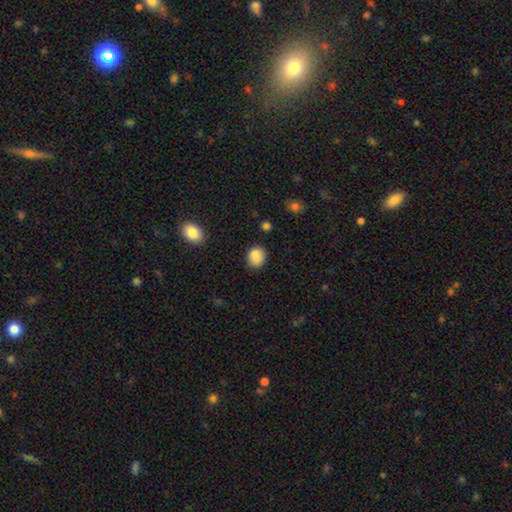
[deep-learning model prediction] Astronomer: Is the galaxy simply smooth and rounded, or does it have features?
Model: smooth — 84%.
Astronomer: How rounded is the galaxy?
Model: round — 56% (runner-up: in between, 43%).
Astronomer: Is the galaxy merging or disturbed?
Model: none — 74%.